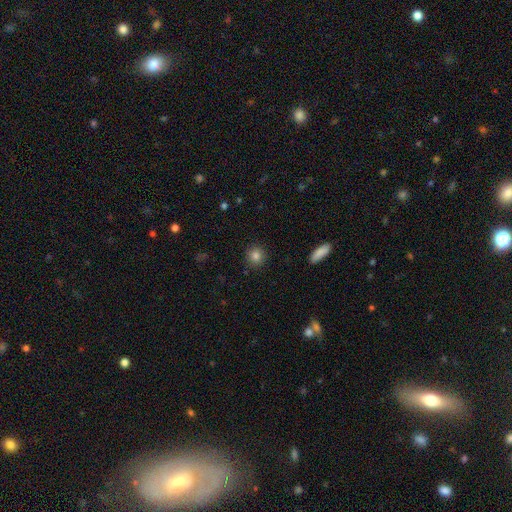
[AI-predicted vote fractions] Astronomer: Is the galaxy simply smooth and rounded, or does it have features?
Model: smooth — 84%.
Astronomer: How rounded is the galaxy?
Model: round — 90%.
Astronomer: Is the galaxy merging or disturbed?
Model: none — 90%.